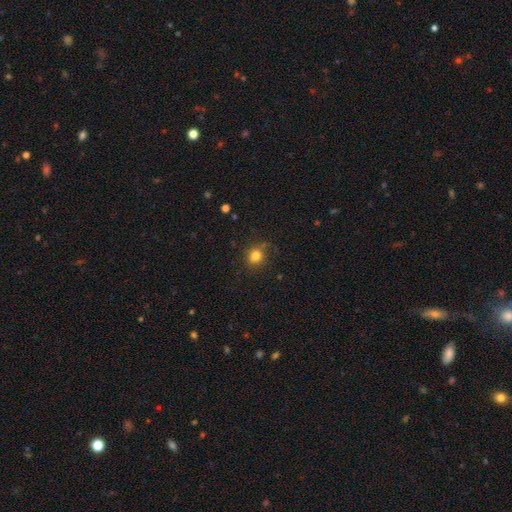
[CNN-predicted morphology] The model was most divided on "how rounded": round: 79%, in between: 20%, cigar-shaped: 1%. More confident: smooth or featured — smooth (80%); merging — none (79%).